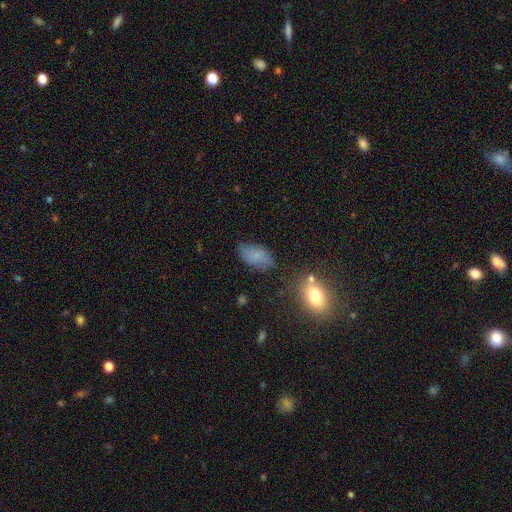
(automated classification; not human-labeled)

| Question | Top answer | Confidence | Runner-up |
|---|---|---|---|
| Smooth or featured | smooth | 68% | featured or disk (19%) |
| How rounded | in between | 91% | round (6%) |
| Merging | none | 63% | minor disturbance (25%) |